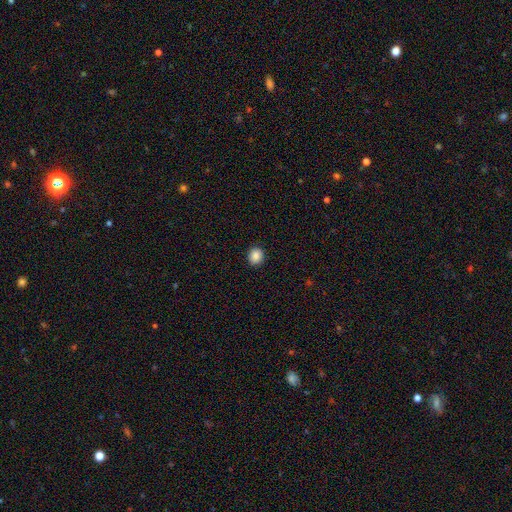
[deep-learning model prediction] Smooth or featured? Predicted: smooth (p=0.88). How rounded? Predicted: round (p=0.82). Merging? Predicted: none (p=0.93).